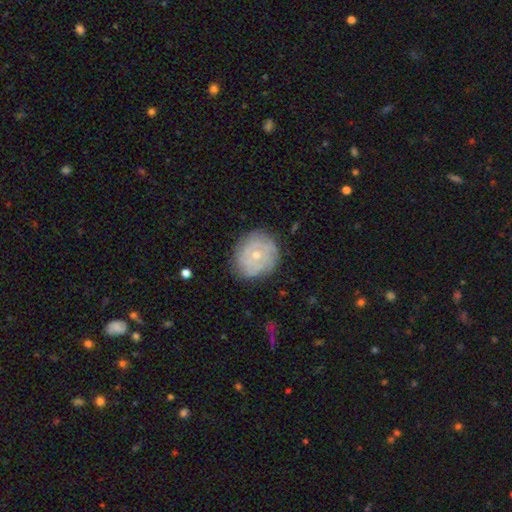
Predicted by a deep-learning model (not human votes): Morphology: type=featured or disk (71%); edge-on=no (97%); bar=no (79%); spiral arms=yes (86%); winding=tight (75%); arm count=can't tell (42%); bulge=small (56%); merging=none (80%).